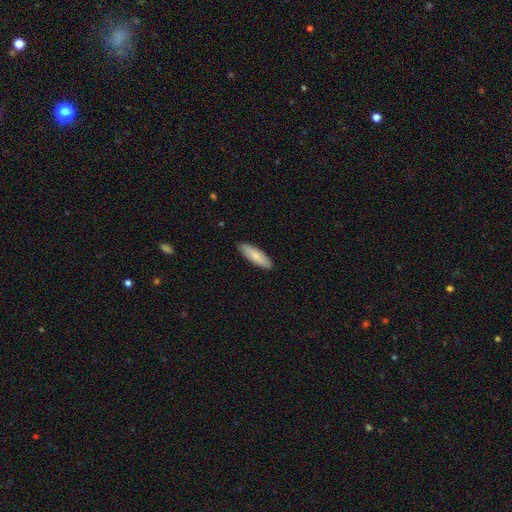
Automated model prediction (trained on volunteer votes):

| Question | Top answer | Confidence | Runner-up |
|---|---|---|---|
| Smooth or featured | smooth | 83% | featured or disk (12%) |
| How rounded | cigar-shaped | 52% | in between (46%) |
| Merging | none | 90% | minor disturbance (8%) |